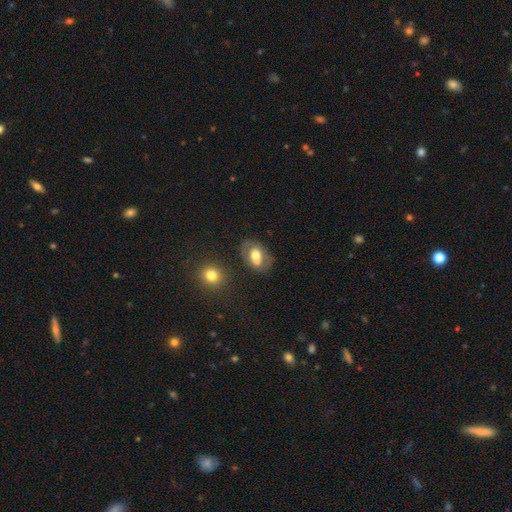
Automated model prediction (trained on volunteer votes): A smooth galaxy with no disk features (54%) that is in between round and cigar-shaped (80%). Merging: none (63%).